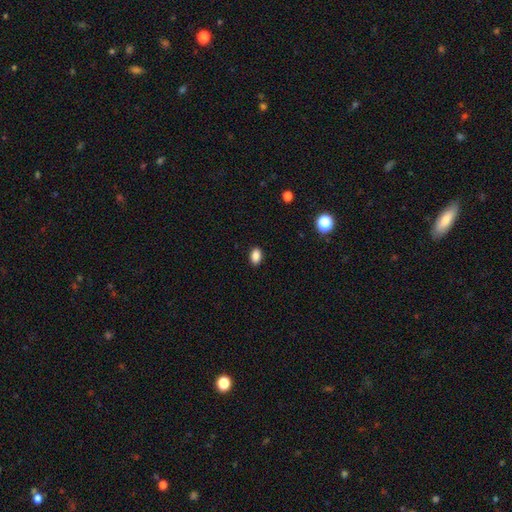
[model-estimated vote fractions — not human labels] A smooth galaxy with no disk features (87%) that is in between round and cigar-shaped (83%).

Vote fractions:
- Smooth or featured? smooth: 87% / star or artifact: 10% / featured or disk: 4%
- How rounded? in between: 83% / round: 16% / cigar-shaped: 1%
- Merging? none: 90% / minor disturbance: 8% / major disturbance: 2% / merger: 1%